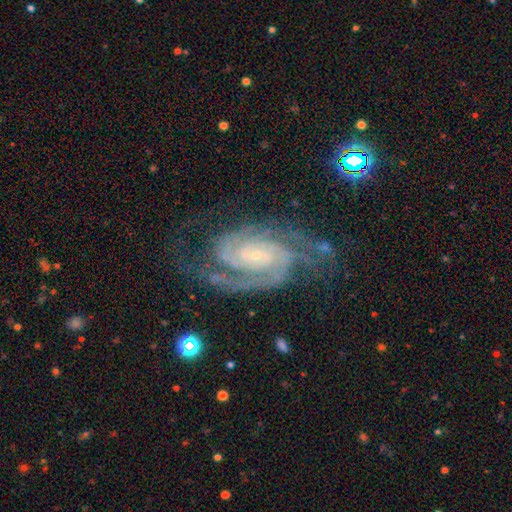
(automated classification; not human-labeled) Smooth or featured: featured or disk — 92% (star or artifact — 5%)
Edge-on disk: no — 97% (yes — 3%)
Bar: no — 60% (weak — 28%)
Spiral arms: yes — 99% (no — 1%)
Spiral winding: tight — 63% (medium — 32%)
Spiral arm count: 2 — 70% (3 — 12%)
Bulge size: small — 82% (moderate — 11%)
Merging: none — 70% (minor disturbance — 19%)